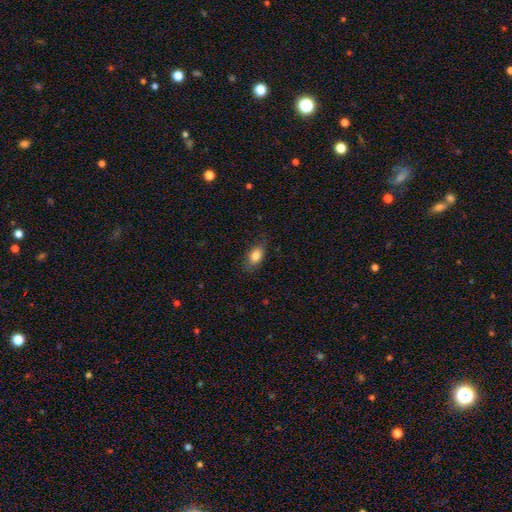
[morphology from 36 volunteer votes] A smooth galaxy with no disk features (83%) that is in between round and cigar-shaped (90%). Merging: none (80%).